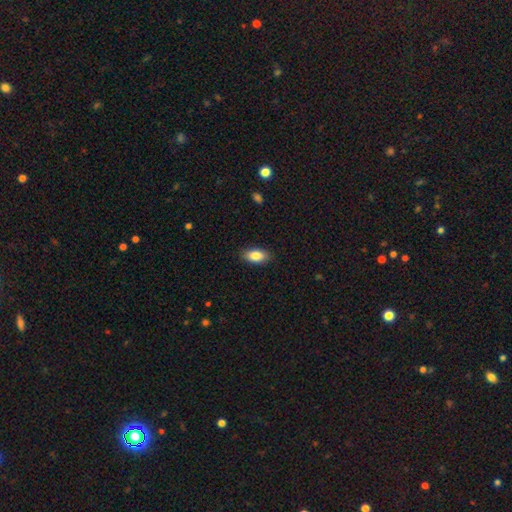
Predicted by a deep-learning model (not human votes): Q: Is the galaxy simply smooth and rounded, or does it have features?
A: smooth — 84%.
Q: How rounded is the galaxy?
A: in between — 91%.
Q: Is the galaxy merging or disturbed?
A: none — 89%.